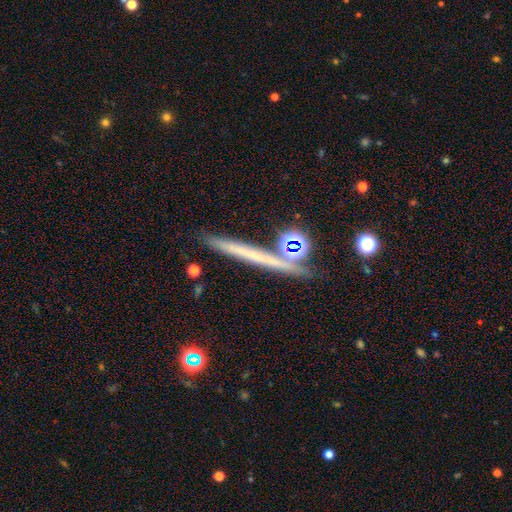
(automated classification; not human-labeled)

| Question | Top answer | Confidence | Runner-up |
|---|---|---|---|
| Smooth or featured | featured or disk | 44% | smooth (41%) |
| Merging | none | 81% | minor disturbance (9%) |